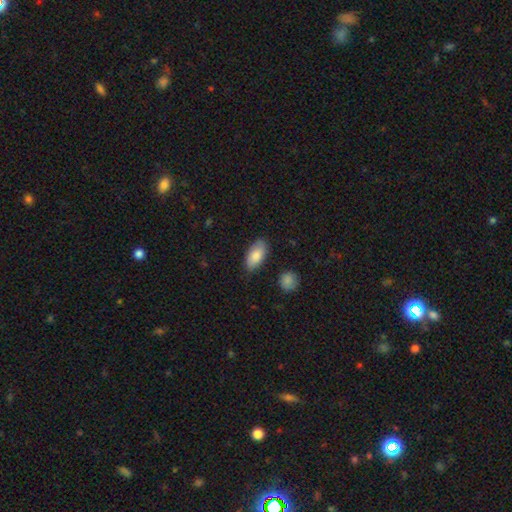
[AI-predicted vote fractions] smooth 84%, featured or disk 10%, star or artifact 6%. Down the decision tree: how rounded — in between (92%); merging — none (80%).